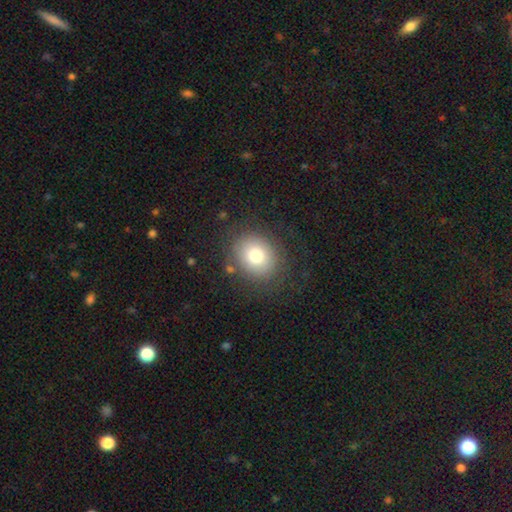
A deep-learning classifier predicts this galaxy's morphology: Overall: smooth (76%). How rounded: round (64%; in between 35%). Merging: none (81%).